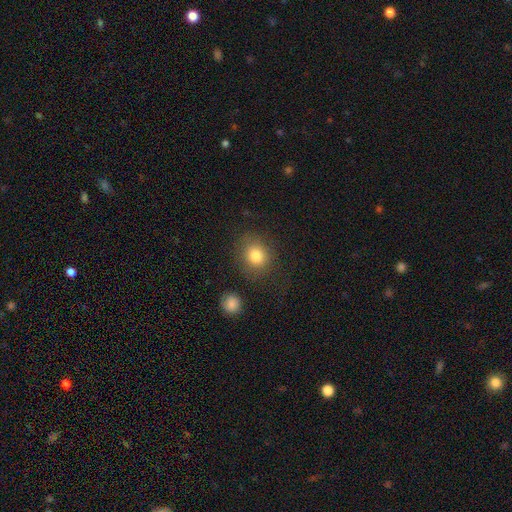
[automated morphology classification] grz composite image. It shows a smooth galaxy with no disk features (82%) that is round (67%). Merging: none (77%).